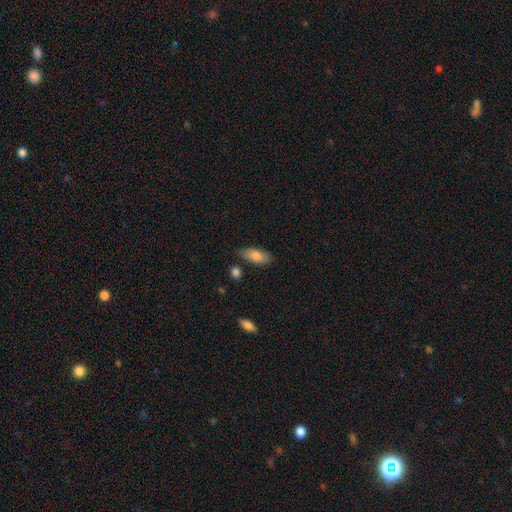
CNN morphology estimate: Overall: smooth (81%). How rounded: in between (84%). Merging: none (74%).